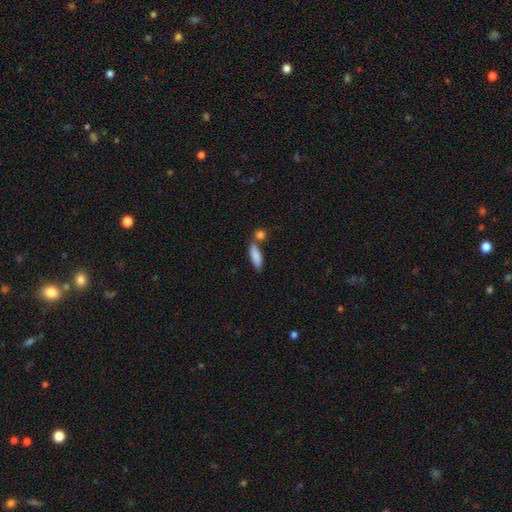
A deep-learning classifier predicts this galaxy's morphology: A smooth galaxy with no disk features (86%) that is in between round and cigar-shaped (57%).

Vote fractions:
- Smooth or featured? smooth: 86% / featured or disk: 8% / star or artifact: 6%
- How rounded? in between: 57% / cigar-shaped: 40% / round: 3%
- Merging? none: 62% / merger: 22% / minor disturbance: 12% / major disturbance: 3%